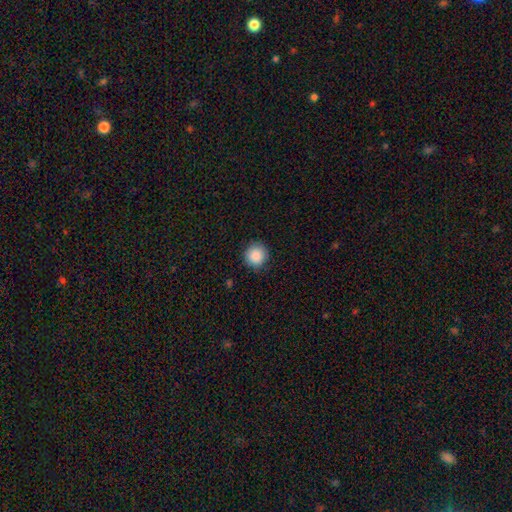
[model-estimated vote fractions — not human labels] The model was most divided on "merging": none: 88%, minor disturbance: 9%, major disturbance: 2%, merger: 1%. More confident: how rounded — round (92%); smooth or featured — smooth (88%).